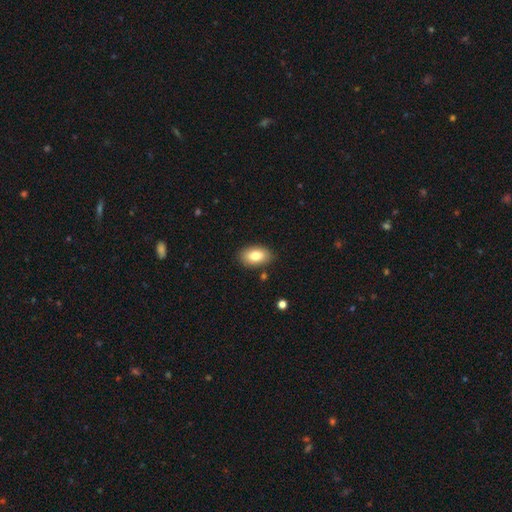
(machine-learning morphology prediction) smooth-or-featured: smooth: 82% | featured or disk: 11% | star or artifact: 7%
  how-rounded: in between: 92% | round: 7% | cigar-shaped: 1%
  merging: none: 86% | minor disturbance: 10% | major disturbance: 2% | merger: 2%